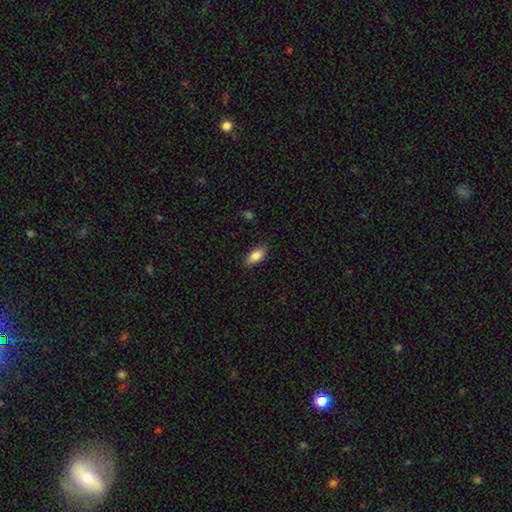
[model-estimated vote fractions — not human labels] smooth_or_featured: smooth (p=0.86) [alt: featured or disk p=0.07]
how_rounded: in between (p=0.86) [alt: cigar-shaped p=0.11]
merging: none (p=0.86) [alt: minor disturbance p=0.11]